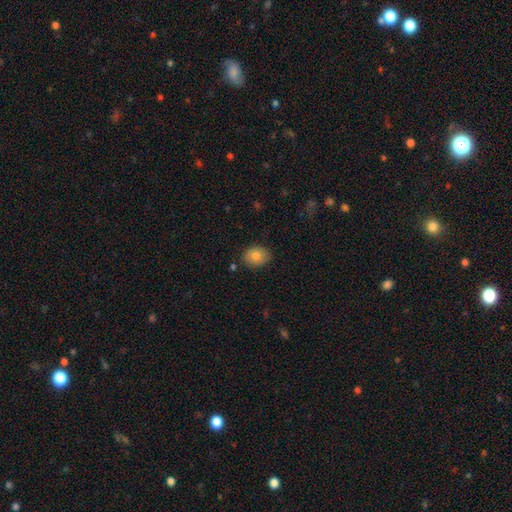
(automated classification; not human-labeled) The model was most divided on "how rounded": in between: 63%, round: 36%, cigar-shaped: 1%. More confident: merging — none (85%); smooth or featured — smooth (82%).